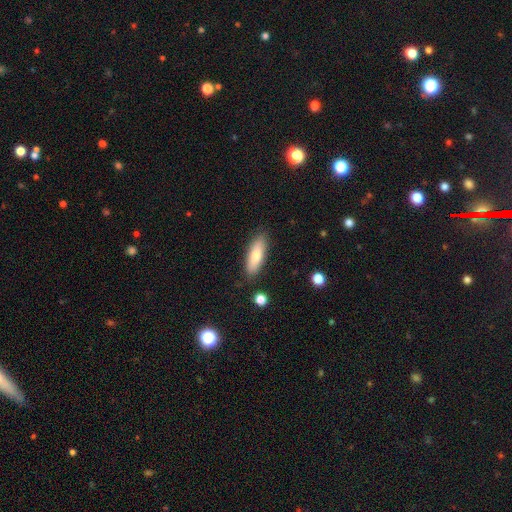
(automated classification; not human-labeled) Smooth or featured: smooth — 76% (featured or disk — 18%)
How rounded: in between — 55% (cigar-shaped — 43%)
Merging: none — 85% (minor disturbance — 11%)